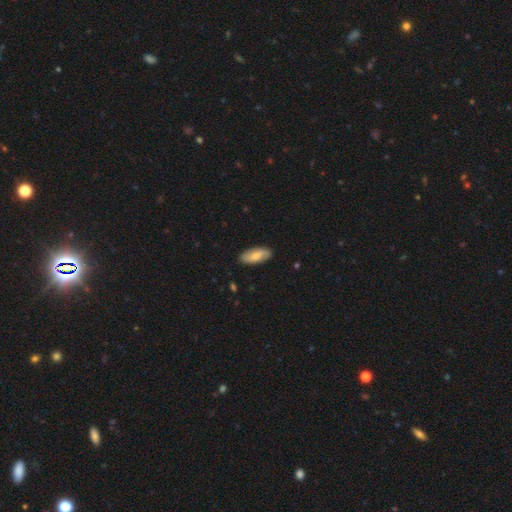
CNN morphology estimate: Smooth or featured?
  - smooth: 62% *
  - featured or disk: 32%
  - star or artifact: 6%
How rounded?
  - in between: 84% *
  - cigar-shaped: 13%
  - round: 3%
Merging?
  - none: 88% *
  - minor disturbance: 9%
  - major disturbance: 2%
  - merger: 1%